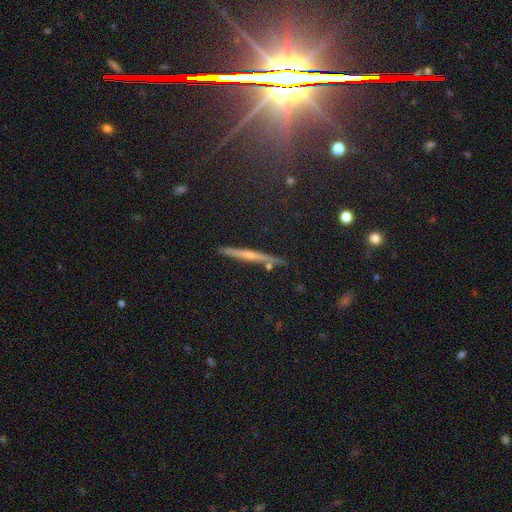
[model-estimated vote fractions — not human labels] The model was most divided on "edge-on bulge": rounded: 60%, none: 33%, boxy: 7%. More confident: edge-on disk — yes (96%); merging — none (87%); smooth or featured — featured or disk (62%).